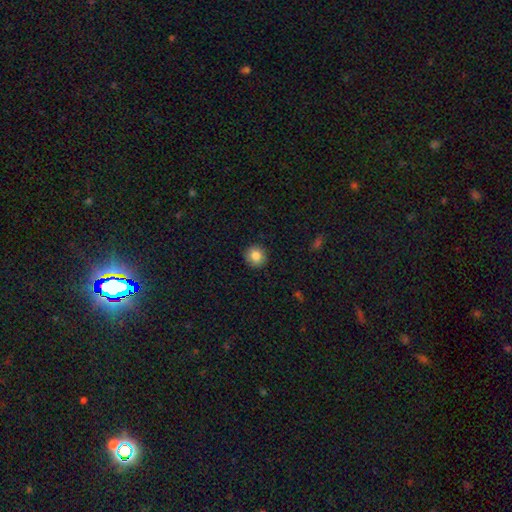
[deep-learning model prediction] This is clearly a smooth galaxy (85%). How rounded: clearly round (92%). Merging: clearly none (90%).